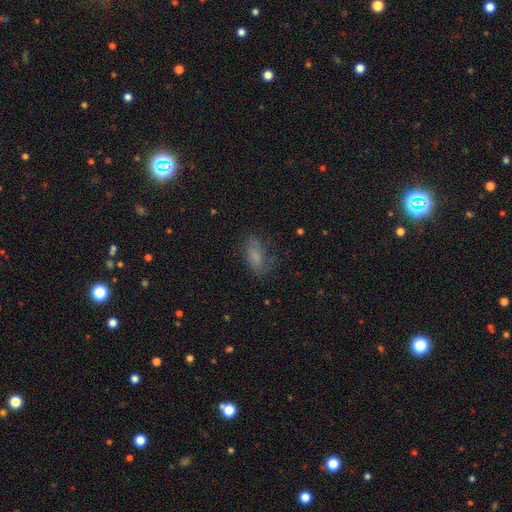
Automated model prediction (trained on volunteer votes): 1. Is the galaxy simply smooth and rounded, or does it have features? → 69% smooth, 19% featured or disk, 12% star or artifact.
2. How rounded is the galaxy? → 86% in between, 9% cigar-shaped, 5% round.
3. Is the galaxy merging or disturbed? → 63% none, 23% minor disturbance, 12% major disturbance, 2% merger.